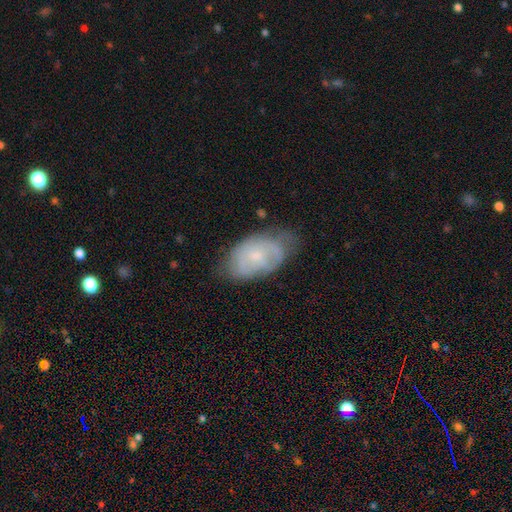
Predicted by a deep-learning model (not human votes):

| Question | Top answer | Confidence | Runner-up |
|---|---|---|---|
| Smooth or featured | featured or disk | 53% | smooth (39%) |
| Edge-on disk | no | 95% | yes (5%) |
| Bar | no | 73% | weak (24%) |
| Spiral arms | yes | 70% | no (30%) |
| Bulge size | small | 63% | moderate (28%) |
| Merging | none | 56% | minor disturbance (32%) |